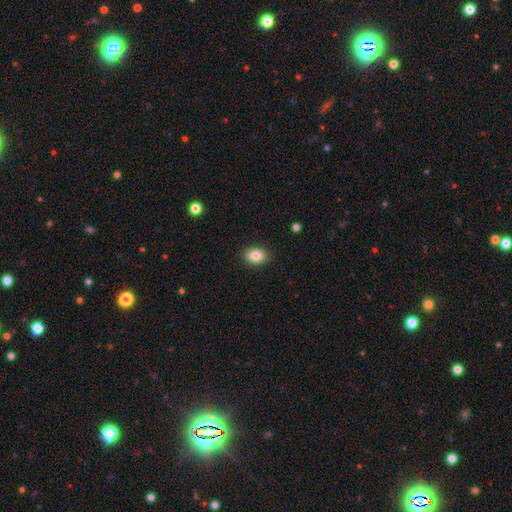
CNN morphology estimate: Overall: smooth (84%). How rounded: in between (76%). Merging: none (89%).